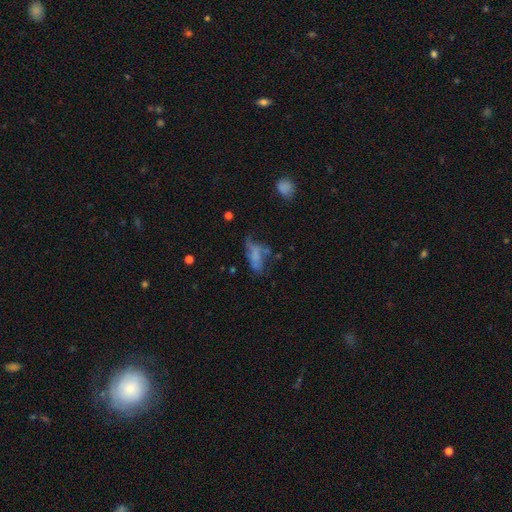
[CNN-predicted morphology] smooth 49%, featured or disk 36%, star or artifact 15%. Down the decision tree: merging — none (33%).